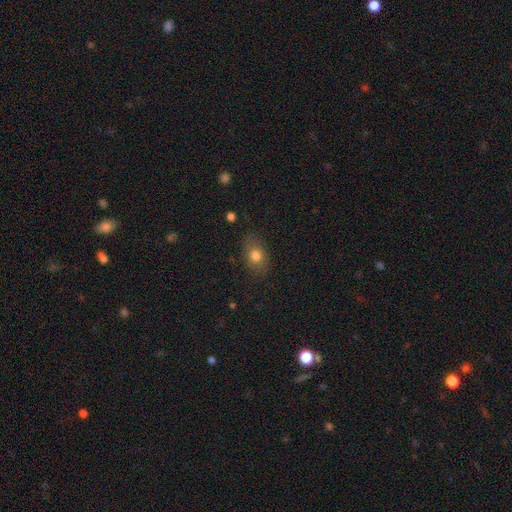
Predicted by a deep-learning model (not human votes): smooth 76%, featured or disk 14%, star or artifact 11%. Down the decision tree: how rounded — in between (71%); merging — none (77%).